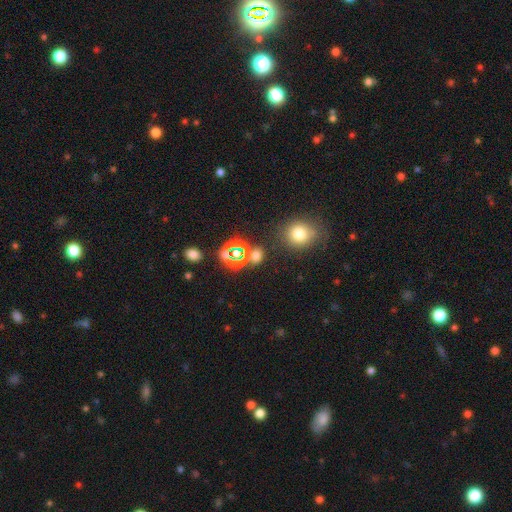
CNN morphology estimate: A star or artifact, not a galaxy (49%).